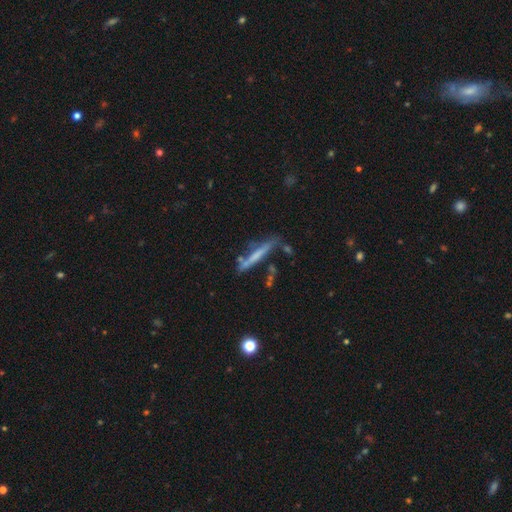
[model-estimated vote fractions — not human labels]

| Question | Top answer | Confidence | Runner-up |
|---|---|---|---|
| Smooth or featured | featured or disk | 47% | smooth (45%) |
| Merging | none | 70% | minor disturbance (18%) |